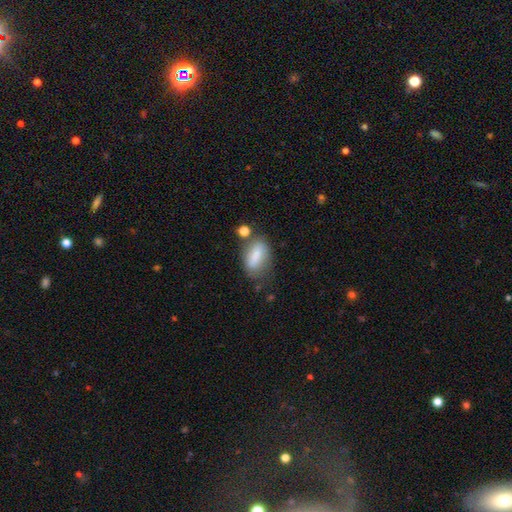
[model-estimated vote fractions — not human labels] The model was most divided on "merging": none: 55%, minor disturbance: 24%, merger: 11%, major disturbance: 10%. More confident: how rounded — in between (84%); smooth or featured — smooth (78%).